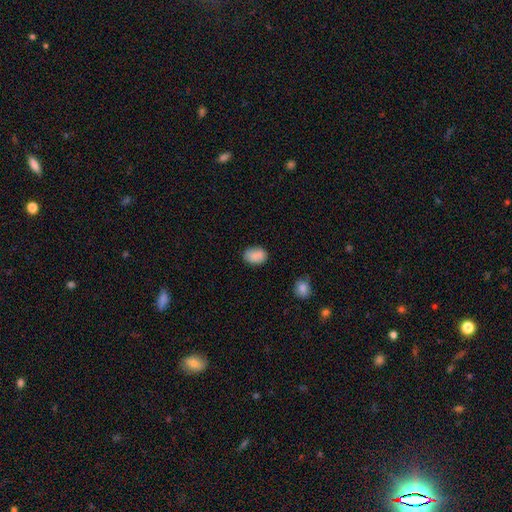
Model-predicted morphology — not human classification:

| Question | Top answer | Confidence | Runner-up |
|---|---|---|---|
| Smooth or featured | smooth | 88% | star or artifact (8%) |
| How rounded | in between | 77% | round (22%) |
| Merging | none | 80% | minor disturbance (15%) |